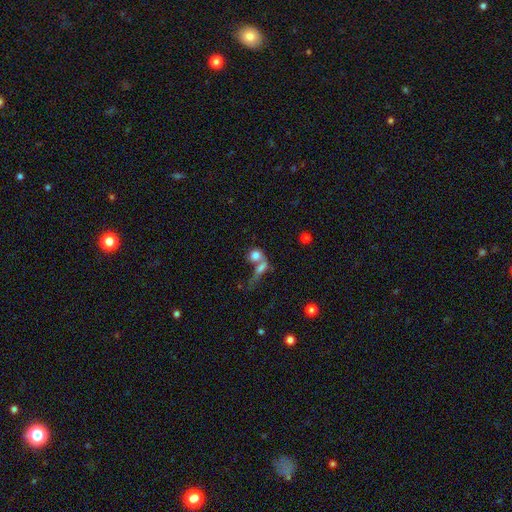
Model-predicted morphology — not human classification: A smooth galaxy with no disk features (71%) that is round (56%).

Vote fractions:
- Smooth or featured? smooth: 71% / featured or disk: 18% / star or artifact: 11%
- How rounded? round: 56% / in between: 39% / cigar-shaped: 6%
- Merging? merger: 60% / none: 21% / major disturbance: 12% / minor disturbance: 8%